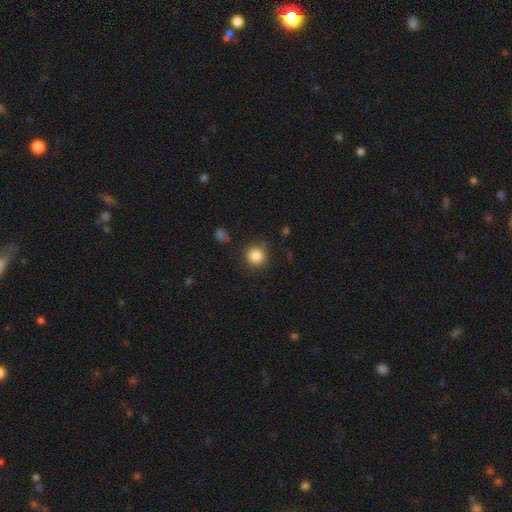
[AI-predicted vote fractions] Smooth or featured? Predicted: smooth (p=0.86). How rounded? Predicted: round (p=0.91). Merging? Predicted: none (p=0.83).